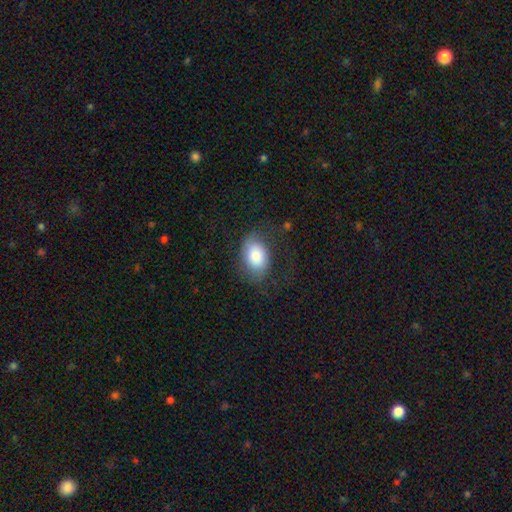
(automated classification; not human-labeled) smooth 77%, featured or disk 15%, star or artifact 7%. Down the decision tree: how rounded — in between (79%); merging — none (60%).